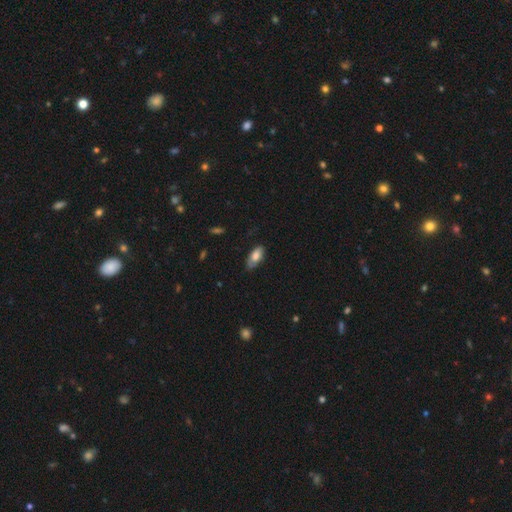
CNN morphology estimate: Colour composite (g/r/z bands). It shows a smooth galaxy with no disk features (71%) that is in between round and cigar-shaped (88%). Merging: none (66%).